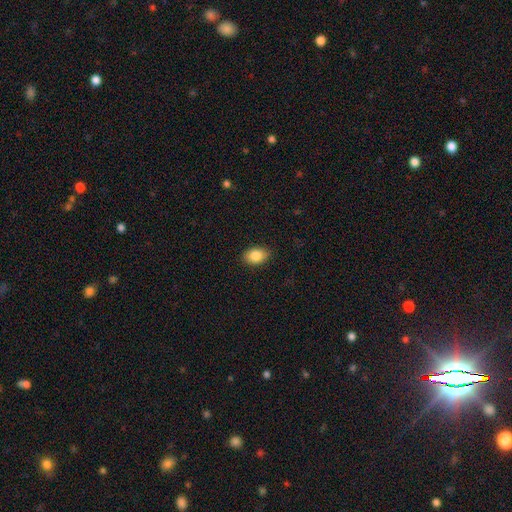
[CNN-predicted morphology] Overall: smooth (85%). How rounded: in between (82%). Merging: none (86%).